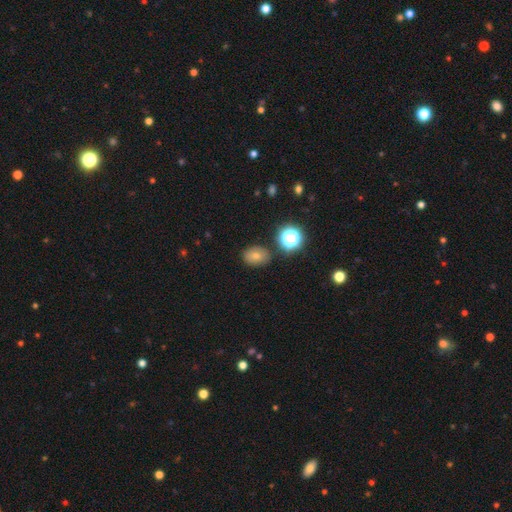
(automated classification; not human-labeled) Smooth or featured? Predicted: smooth (p=0.58). How rounded? Predicted: in between (p=0.54). Merging? Predicted: none (p=0.83).